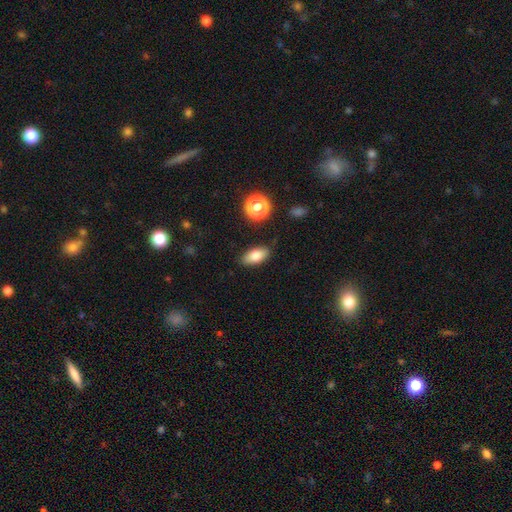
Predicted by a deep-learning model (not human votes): Smooth or featured: smooth — 79% (featured or disk — 12%)
How rounded: in between — 85% (cigar-shaped — 9%)
Merging: none — 86% (minor disturbance — 10%)